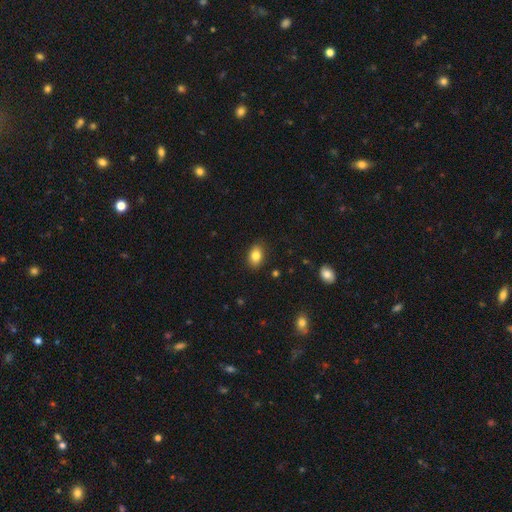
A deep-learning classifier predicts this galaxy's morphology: This appears to be a smooth galaxy with no disk features (84%) that is in between round and cigar-shaped (81%). Merging: none (87%).